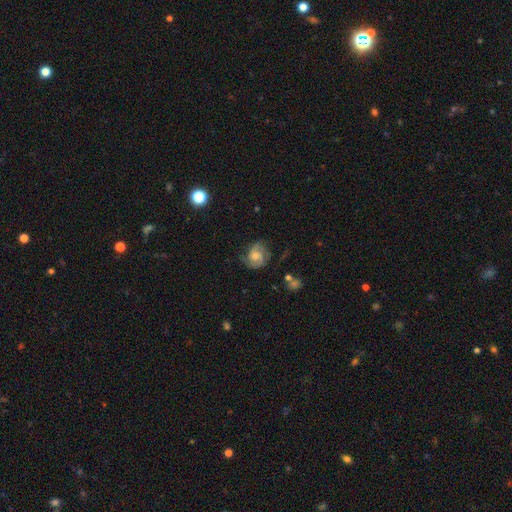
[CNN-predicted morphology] smooth-or-featured: featured or disk: 71% | smooth: 22% | star or artifact: 8%
  disk-edge-on: no: 98% | yes: 2%
    bar: no: 62% | weak: 33% | strong: 5%
    has-spiral-arms: yes: 93% | no: 7%
      spiral-winding: medium: 46% | tight: 38% | loose: 16%
      spiral-arm-count: 2: 69% | can't tell: 13% | 3: 10% | 1: 5% | 4: 2% | more than 4: 2%
    bulge-size: moderate: 49% | small: 25% | large: 14% | none: 11% | dominant: 2%
  merging: none: 62% | minor disturbance: 23% | major disturbance: 13% | merger: 2%